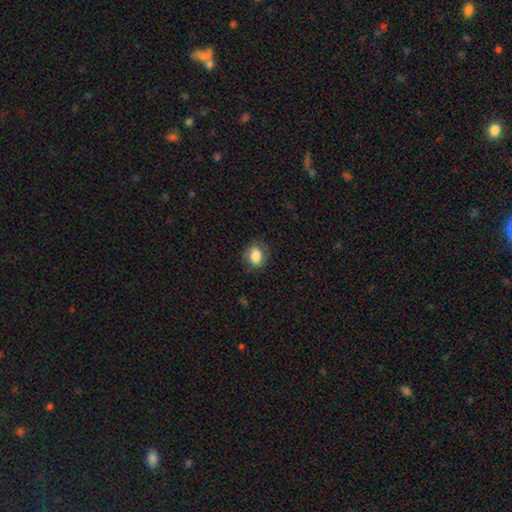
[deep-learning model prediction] This is clearly a smooth galaxy (84%). How rounded: possibly round (53%). Merging: clearly none (80%).